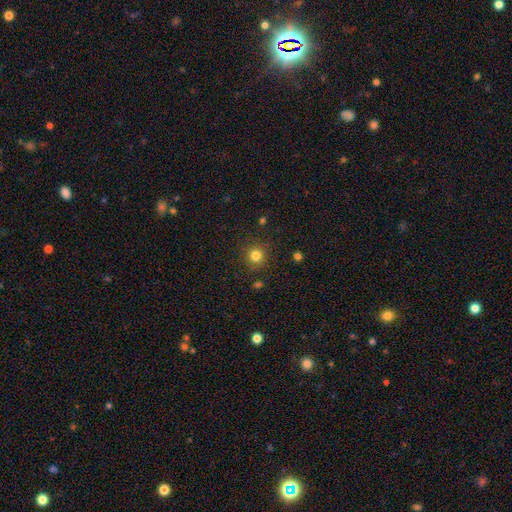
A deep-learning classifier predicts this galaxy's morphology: Smooth or featured? Predicted: smooth (p=0.81). How rounded? Predicted: round (p=0.93). Merging? Predicted: none (p=0.88).